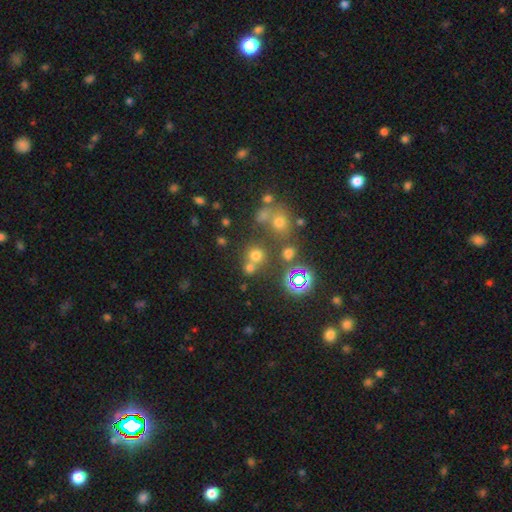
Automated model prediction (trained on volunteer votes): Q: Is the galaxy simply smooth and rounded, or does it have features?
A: smooth — 62%.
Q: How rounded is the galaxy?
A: round — 87%.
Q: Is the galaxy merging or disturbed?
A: none — 60%.